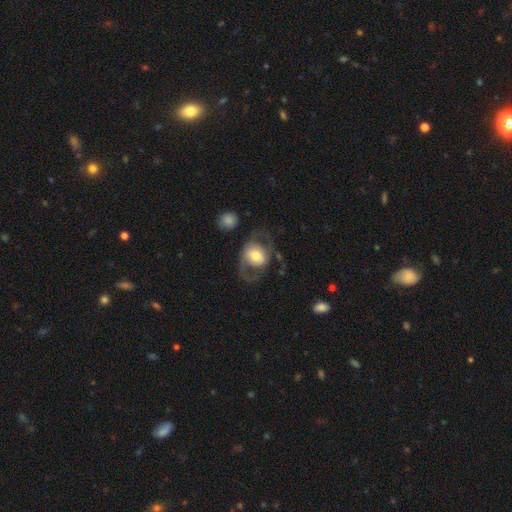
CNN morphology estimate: Q: Smooth or featured?
A: featured or disk (48%); runner-up: smooth (45%)
Q: Merging?
A: none (47%); runner-up: major disturbance (30%)